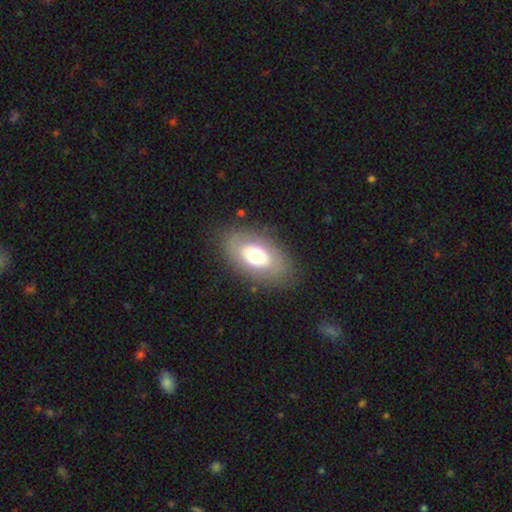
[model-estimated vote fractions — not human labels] Smooth or featured? smooth (60%)
How rounded? in between (88%)
Merging? none (82%)